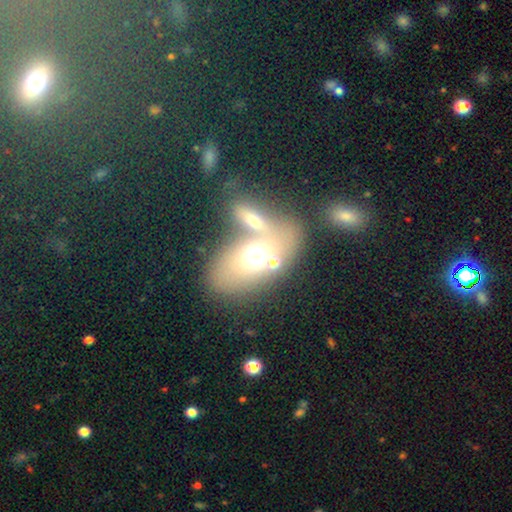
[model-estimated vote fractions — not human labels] Smooth or featured: smooth — 57% (featured or disk — 31%)
How rounded: in between — 81% (round — 16%)
Merging: merger — 51% (none — 30%)